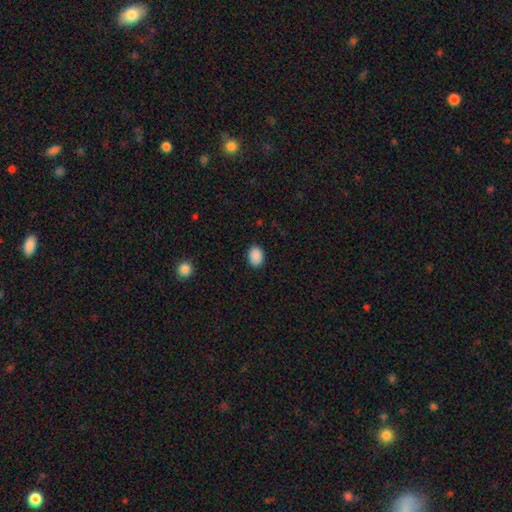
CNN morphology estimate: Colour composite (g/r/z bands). It shows a smooth galaxy with no disk features (90%) that is in between round and cigar-shaped (66%). Merging: none (88%).